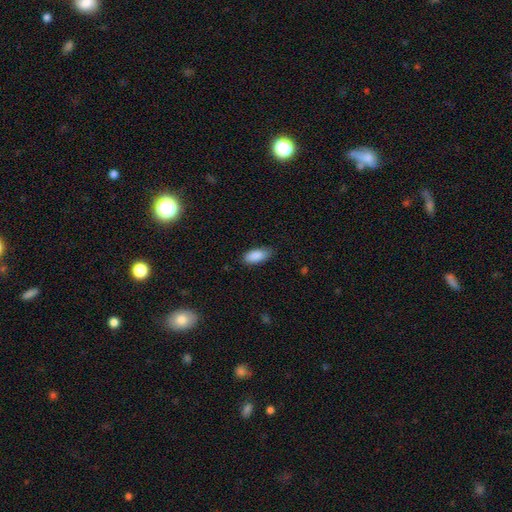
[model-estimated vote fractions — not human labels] smooth-or-featured: smooth: 89% | star or artifact: 6% | featured or disk: 5%
  how-rounded: in between: 88% | cigar-shaped: 10% | round: 2%
  merging: none: 81% | minor disturbance: 15% | major disturbance: 3% | merger: 1%